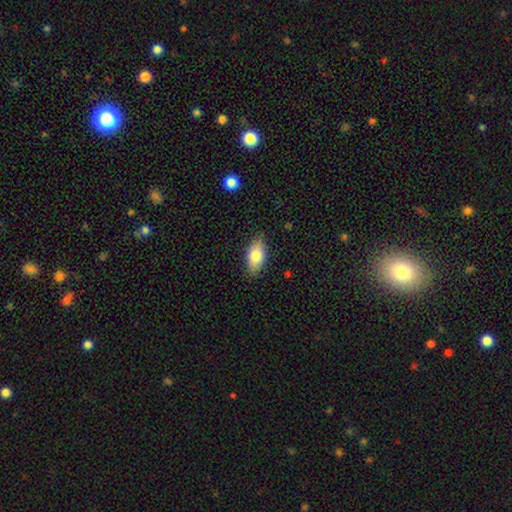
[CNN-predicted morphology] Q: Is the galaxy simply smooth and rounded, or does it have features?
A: smooth — 78%.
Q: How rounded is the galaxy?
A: in between — 90%.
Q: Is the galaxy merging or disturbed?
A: none — 86%.